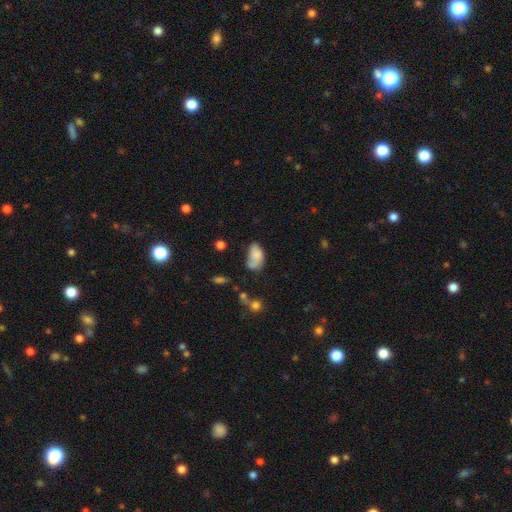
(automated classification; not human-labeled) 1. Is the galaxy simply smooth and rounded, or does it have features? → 72% smooth, 19% featured or disk, 9% star or artifact.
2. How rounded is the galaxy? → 91% in between, 7% round, 2% cigar-shaped.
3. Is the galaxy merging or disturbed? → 34% none, 31% minor disturbance, 20% major disturbance, 14% merger.